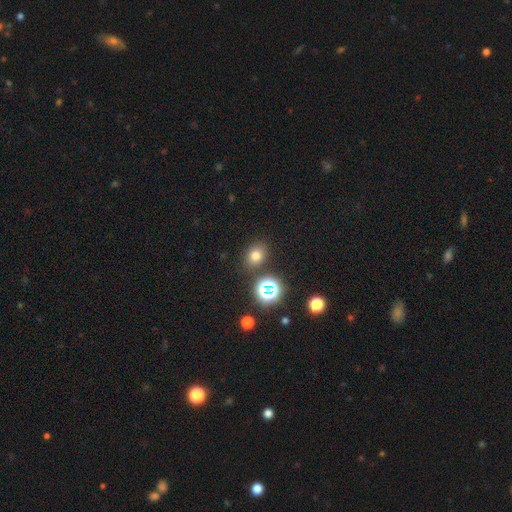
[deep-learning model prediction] This appears to be a smooth galaxy with no disk features (70%) that is round (50%). Merging: none (82%).